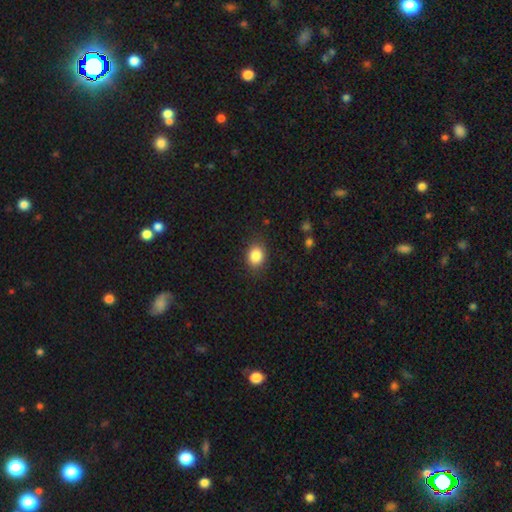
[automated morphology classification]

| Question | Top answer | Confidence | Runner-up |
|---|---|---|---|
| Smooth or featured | smooth | 86% | star or artifact (9%) |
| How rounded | in between | 53% | round (46%) |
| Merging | none | 85% | minor disturbance (11%) |